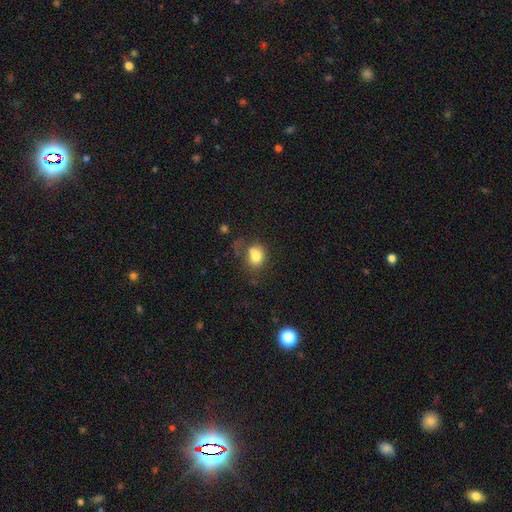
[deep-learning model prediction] This appears to be a smooth galaxy with no disk features (78%) that is round (59%). Merging: none (49%).